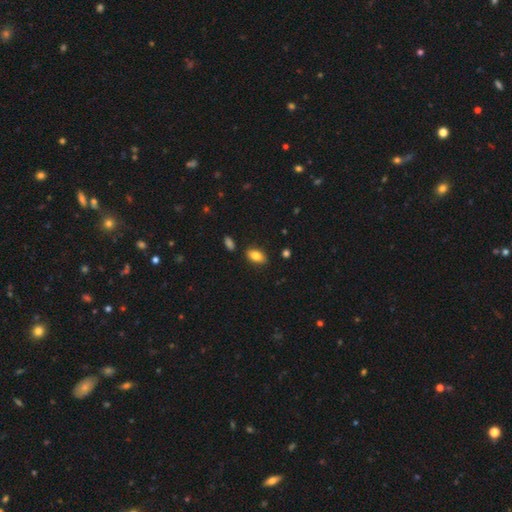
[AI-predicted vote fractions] A smooth galaxy with no disk features (82%) that is in between round and cigar-shaped (91%).

Vote fractions:
- Smooth or featured? smooth: 82% / featured or disk: 10% / star or artifact: 7%
- How rounded? in between: 91% / round: 5% / cigar-shaped: 4%
- Merging? none: 84% / minor disturbance: 11% / merger: 3% / major disturbance: 2%